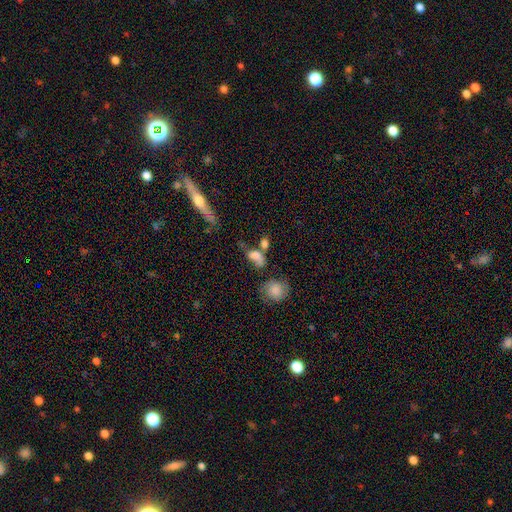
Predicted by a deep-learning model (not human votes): Smooth or featured? Predicted: smooth (p=0.65). How rounded? Predicted: in between (p=0.71). Merging? Predicted: merger (p=0.37).